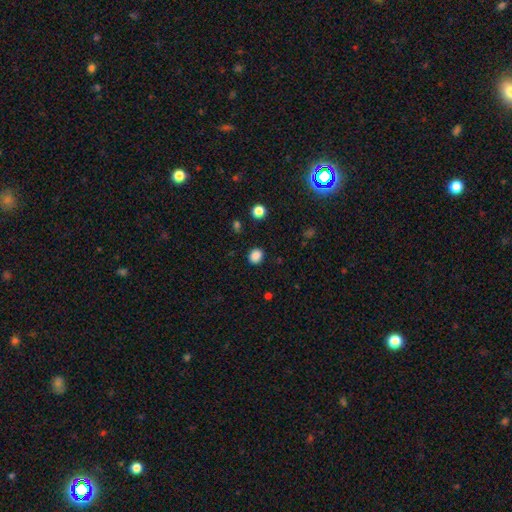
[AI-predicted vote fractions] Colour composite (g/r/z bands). It shows a smooth galaxy with no disk features (86%) that is round (62%). Merging: none (88%).